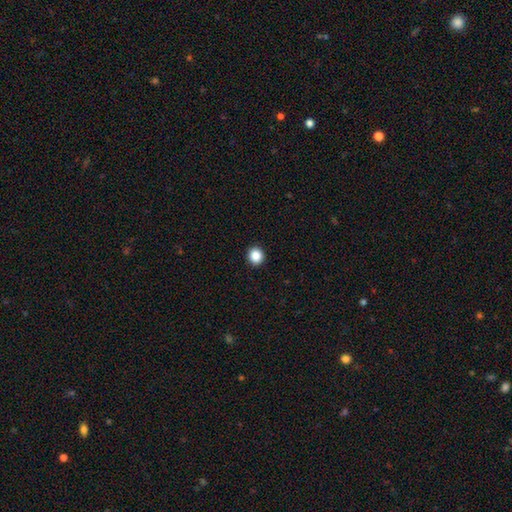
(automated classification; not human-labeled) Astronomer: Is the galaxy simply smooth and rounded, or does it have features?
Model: smooth — 87%.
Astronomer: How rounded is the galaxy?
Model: round — 89%.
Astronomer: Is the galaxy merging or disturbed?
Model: none — 93%.